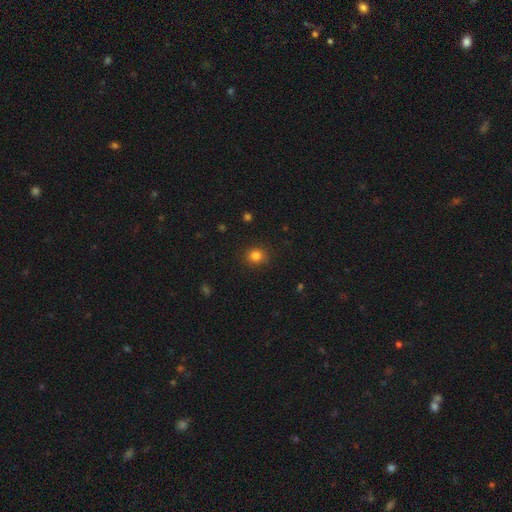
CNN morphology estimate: Smooth or featured? smooth (83%)
How rounded? round (84%)
Merging? none (89%)